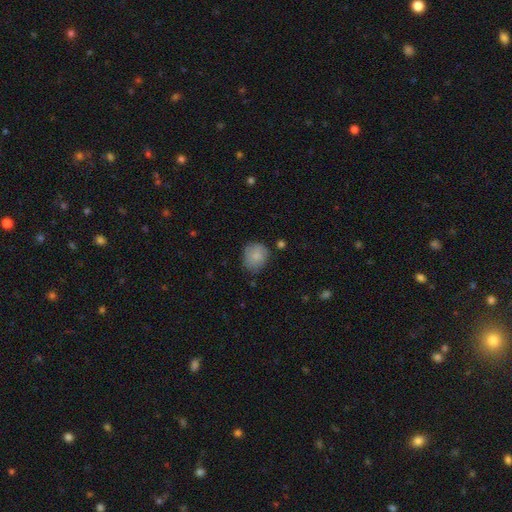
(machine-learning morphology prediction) Smooth or featured? Predicted: smooth (p=0.82). How rounded? Predicted: round (p=0.71). Merging? Predicted: none (p=0.68).